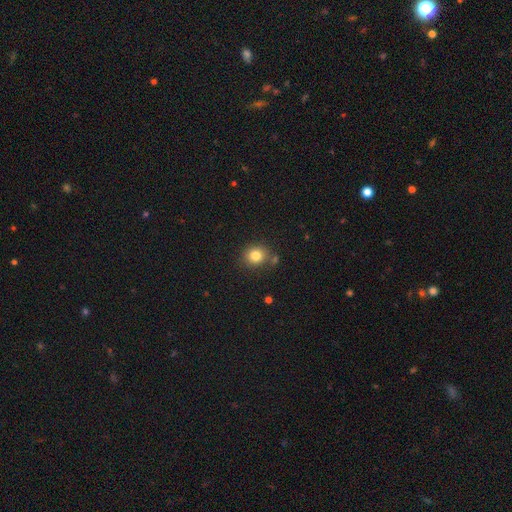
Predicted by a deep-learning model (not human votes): smooth_or_featured: smooth (p=0.82) [alt: star or artifact p=0.12]
how_rounded: round (p=0.80) [alt: in between p=0.19]
merging: none (p=0.78) [alt: minor disturbance p=0.11]